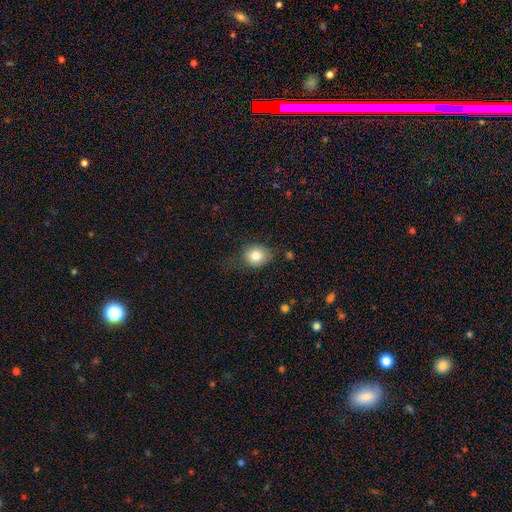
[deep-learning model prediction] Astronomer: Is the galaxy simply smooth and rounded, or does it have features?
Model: smooth — 79%.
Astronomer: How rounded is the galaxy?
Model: round — 68%.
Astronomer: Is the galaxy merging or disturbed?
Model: none — 61%.